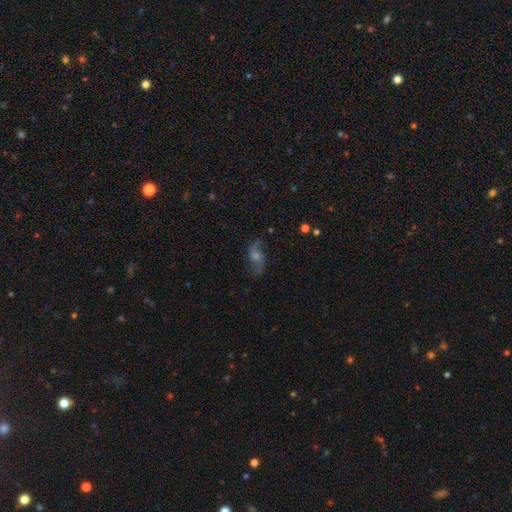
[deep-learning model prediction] Smooth or featured: featured or disk — 72% (smooth — 15%)
Edge-on disk: no — 92% (yes — 8%)
Bar: no — 62% (weak — 31%)
Spiral arms: yes — 92% (no — 8%)
Spiral winding: loose — 66% (medium — 27%)
Spiral arm count: 2 — 90% (can't tell — 4%)
Bulge size: moderate — 52% (small — 30%)
Merging: none — 78% (minor disturbance — 14%)